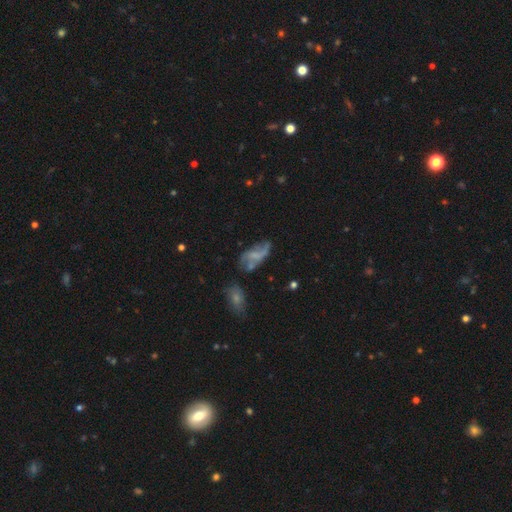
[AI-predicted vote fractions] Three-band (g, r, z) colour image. It shows a featured or disk galaxy (55%) with no bar (58%), spiral arms (68%) and no central bulge (58%). Merging: none (40%).